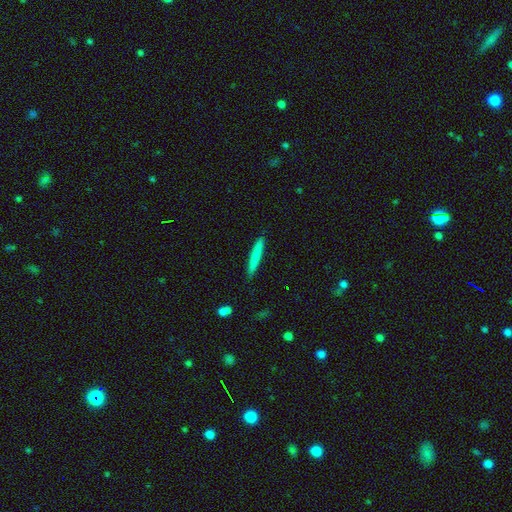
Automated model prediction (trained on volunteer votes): Q: Smooth or featured?
A: smooth (76%); runner-up: featured or disk (18%)
Q: How rounded?
A: cigar-shaped (96%); runner-up: in between (3%)
Q: Merging?
A: none (89%); runner-up: minor disturbance (8%)